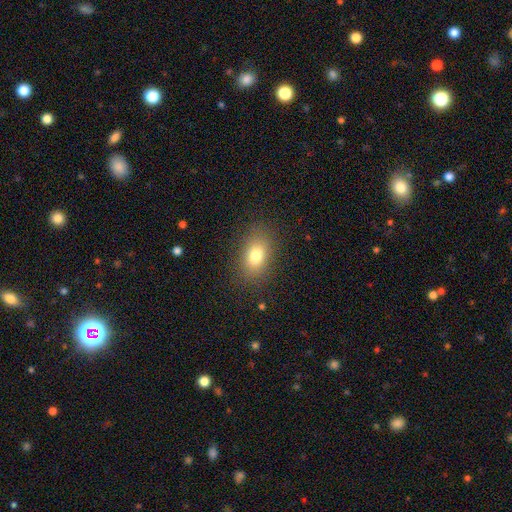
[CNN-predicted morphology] smooth 79%, featured or disk 11%, star or artifact 10%. Down the decision tree: how rounded — in between (83%); merging — none (85%).